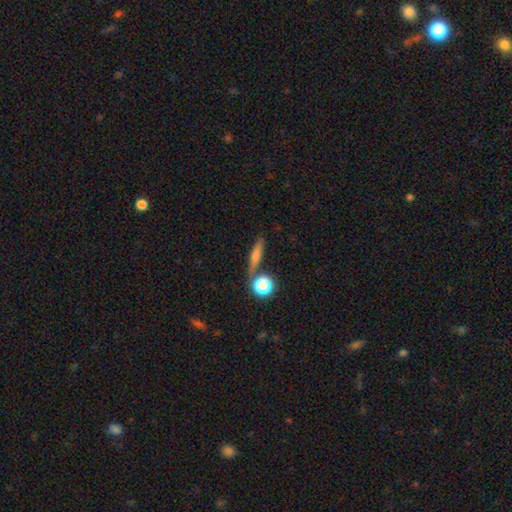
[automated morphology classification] Smooth or featured?
  - featured or disk: 45% *
  - smooth: 41%
  - star or artifact: 14%
Merging?
  - none: 78% *
  - minor disturbance: 9%
  - merger: 9%
  - major disturbance: 3%